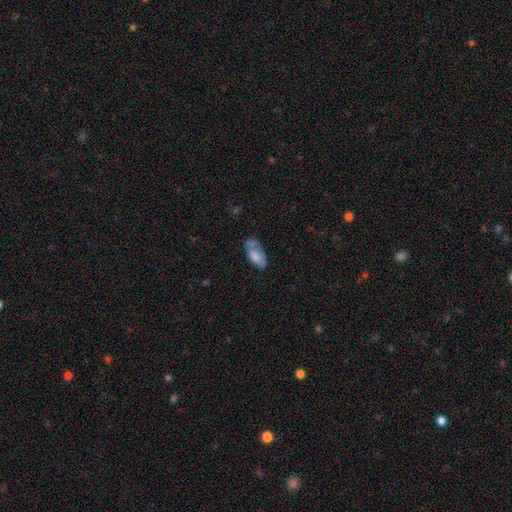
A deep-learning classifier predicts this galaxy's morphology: smooth-or-featured: smooth: 62% | featured or disk: 31% | star or artifact: 8%
  how-rounded: in between: 88% | cigar-shaped: 9% | round: 3%
  merging: none: 54% | minor disturbance: 29% | major disturbance: 13% | merger: 4%